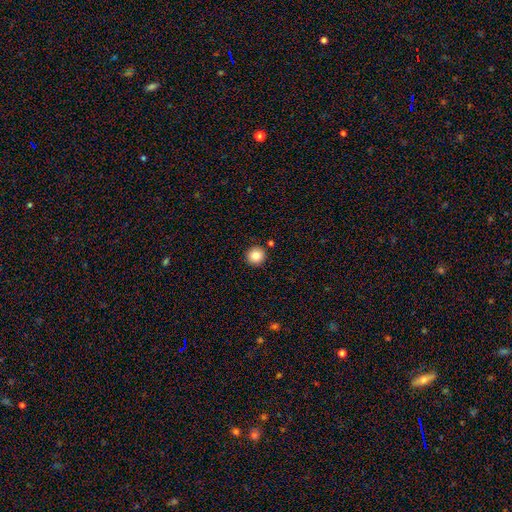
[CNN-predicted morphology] A smooth galaxy with no disk features (85%) that is round (94%). Merging: none (91%).